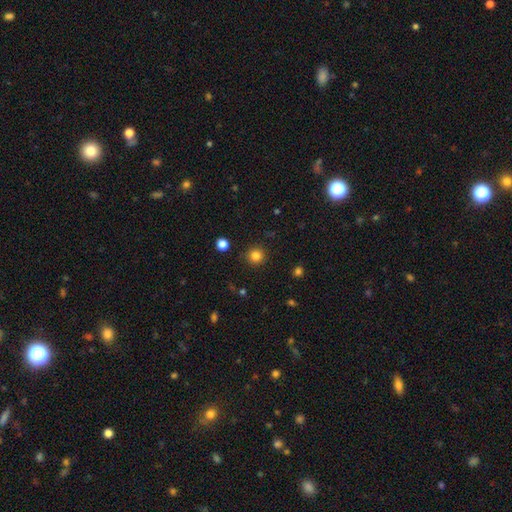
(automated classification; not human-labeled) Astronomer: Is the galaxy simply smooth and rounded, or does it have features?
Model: smooth — 82%.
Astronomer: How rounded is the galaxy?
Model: round — 95%.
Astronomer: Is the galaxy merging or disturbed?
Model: none — 91%.